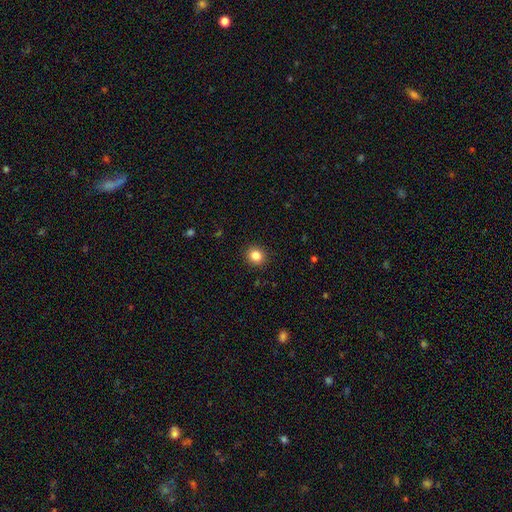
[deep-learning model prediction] Overall: smooth (85%). How rounded: round (85%). Merging: none (91%).